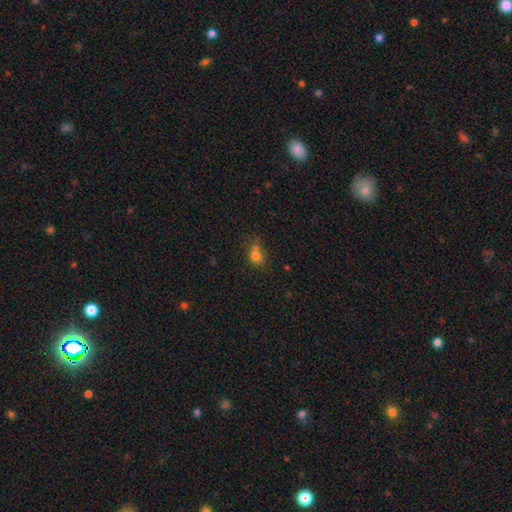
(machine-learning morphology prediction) smooth_or_featured: smooth (p=0.75) [alt: star or artifact p=0.15]
how_rounded: round (p=0.69) [alt: in between p=0.29]
merging: none (p=0.42) [alt: merger p=0.35]